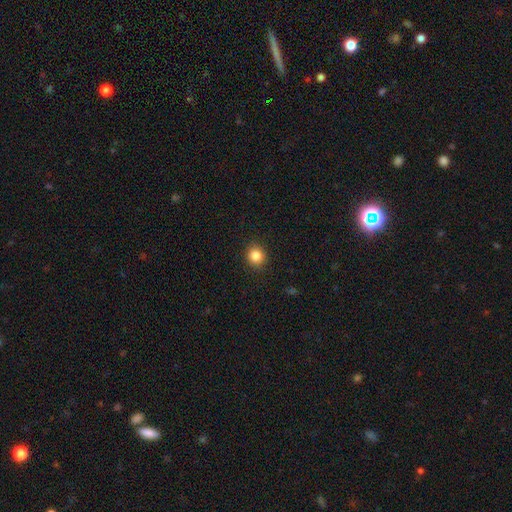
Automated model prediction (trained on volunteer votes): This appears to be a smooth galaxy with no disk features (85%) that is round (83%). Merging: none (91%).